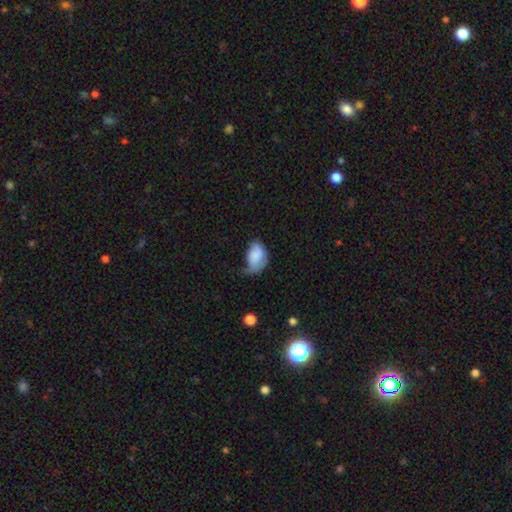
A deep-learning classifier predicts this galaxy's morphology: smooth 76%, featured or disk 16%, star or artifact 7%. Down the decision tree: how rounded — in between (85%); merging — minor disturbance (41%).